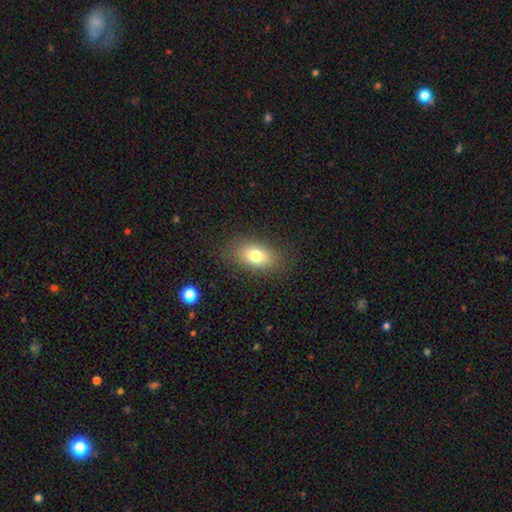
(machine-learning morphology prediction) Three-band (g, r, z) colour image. It shows a smooth galaxy with no disk features (77%) that is in between round and cigar-shaped (85%). Merging: none (84%).